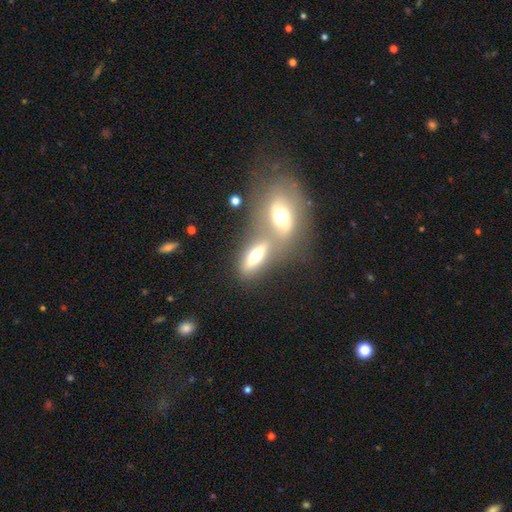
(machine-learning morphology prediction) Smooth or featured?
  - smooth: 59% *
  - featured or disk: 32%
  - star or artifact: 9%
How rounded?
  - in between: 67% *
  - cigar-shaped: 24%
  - round: 9%
Merging?
  - merger: 45% *
  - none: 41%
  - minor disturbance: 9%
  - major disturbance: 5%